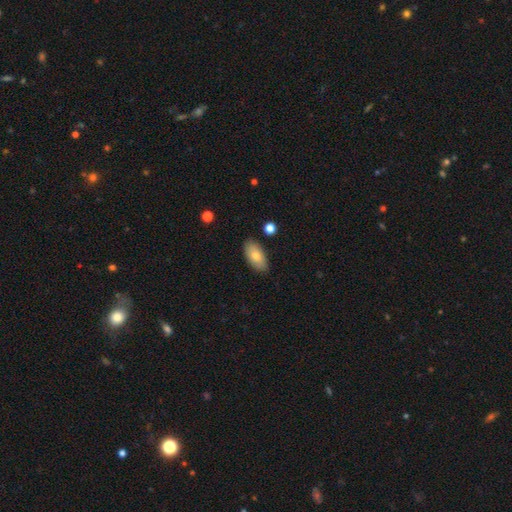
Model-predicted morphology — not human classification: type=smooth (78%); roundness=in between (93%); merging=none (84%).